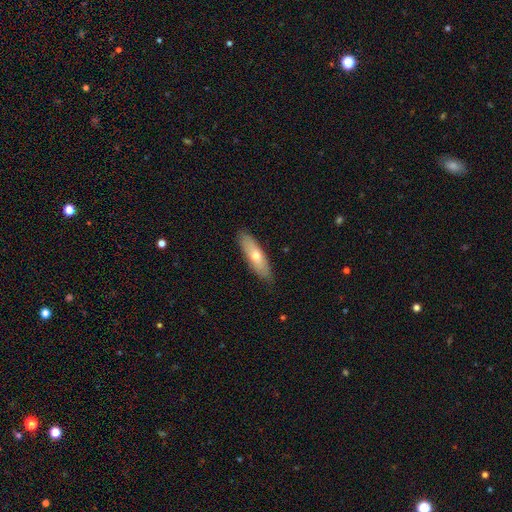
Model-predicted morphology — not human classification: Smooth or featured: smooth — 64% (featured or disk — 30%)
How rounded: cigar-shaped — 56% (in between — 42%)
Merging: none — 86% (minor disturbance — 11%)